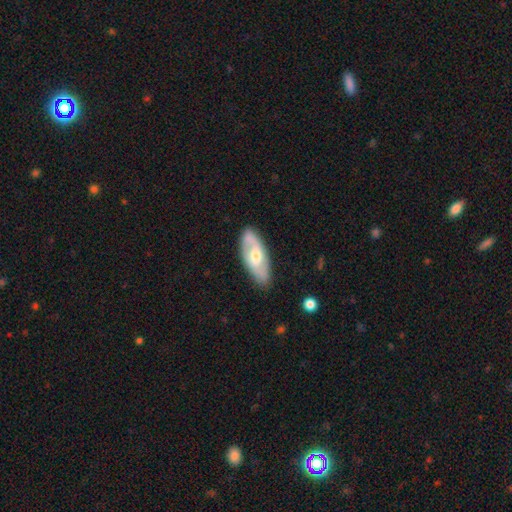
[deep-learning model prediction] Smooth or featured: featured or disk — 57% (smooth — 38%)
Edge-on disk: no — 84% (yes — 16%)
Merging: none — 82% (minor disturbance — 14%)